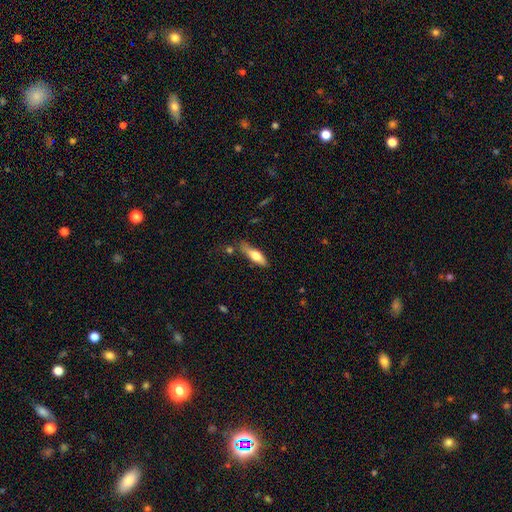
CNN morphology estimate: Smooth or featured: smooth — 61% (featured or disk — 33%)
How rounded: cigar-shaped — 57% (in between — 40%)
Merging: none — 67% (minor disturbance — 21%)